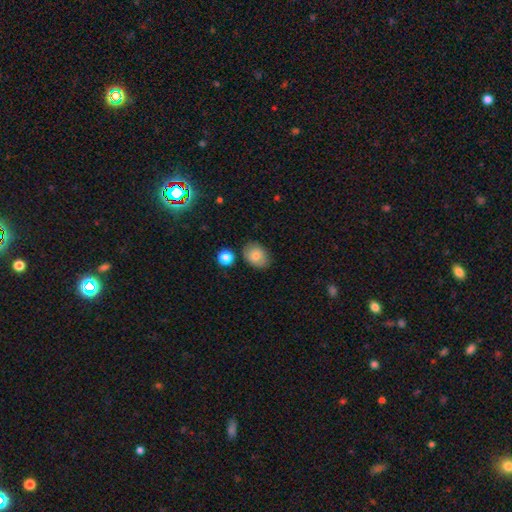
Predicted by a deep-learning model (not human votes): smooth-or-featured: smooth: 80% | featured or disk: 11% | star or artifact: 8%
  how-rounded: in between: 71% | round: 28% | cigar-shaped: 1%
  merging: none: 79% | minor disturbance: 14% | merger: 4% | major disturbance: 3%